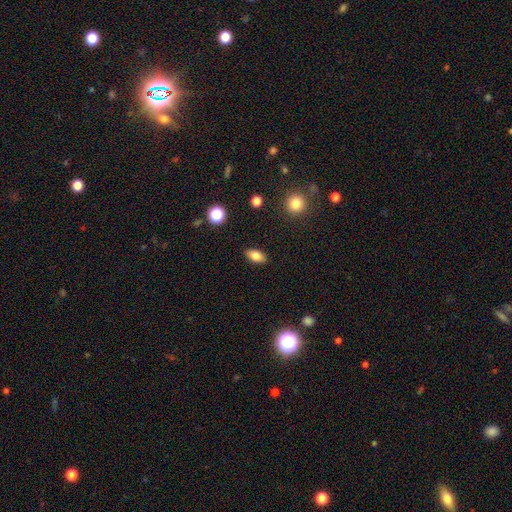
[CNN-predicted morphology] smooth 82%, star or artifact 9%, featured or disk 9%. Down the decision tree: how rounded — in between (89%); merging — none (88%).